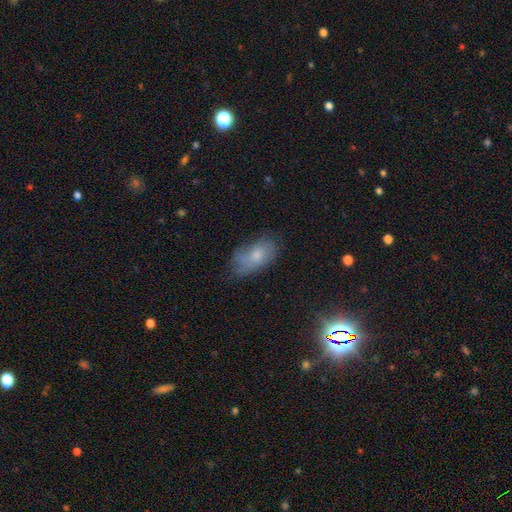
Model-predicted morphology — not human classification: A smooth galaxy with no disk features (60%) that is in between round and cigar-shaped (90%). Merging: none (50%).